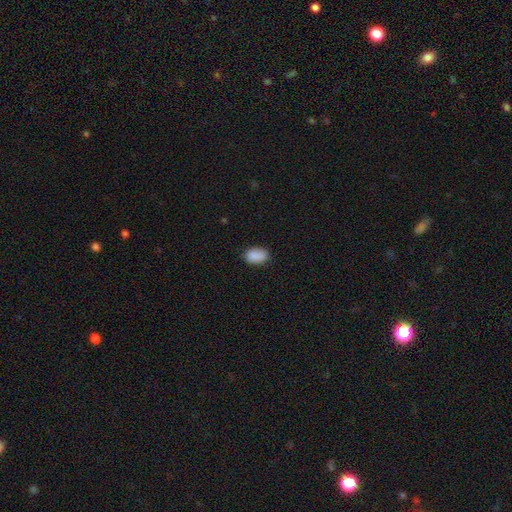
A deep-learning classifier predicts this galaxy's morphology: smooth_or_featured: smooth (p=0.89) [alt: star or artifact p=0.08]
how_rounded: in between (p=0.87) [alt: round p=0.12]
merging: none (p=0.81) [alt: minor disturbance p=0.15]